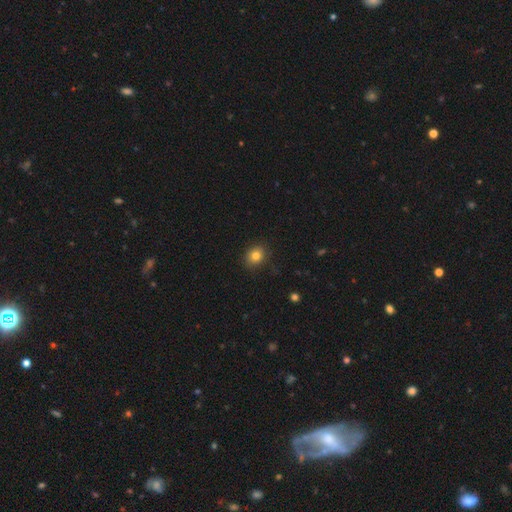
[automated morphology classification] Q: Smooth or featured?
A: smooth (81%); runner-up: star or artifact (11%)
Q: How rounded?
A: round (66%); runner-up: in between (33%)
Q: Merging?
A: none (87%); runner-up: minor disturbance (10%)